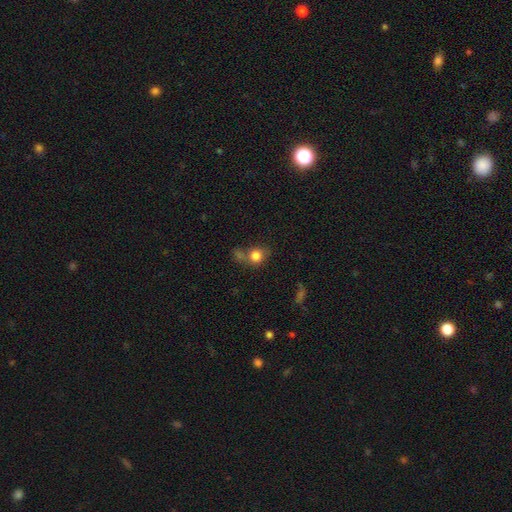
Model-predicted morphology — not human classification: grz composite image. It shows a smooth galaxy with no disk features (80%) that is round (78%). Merging: none (48%).